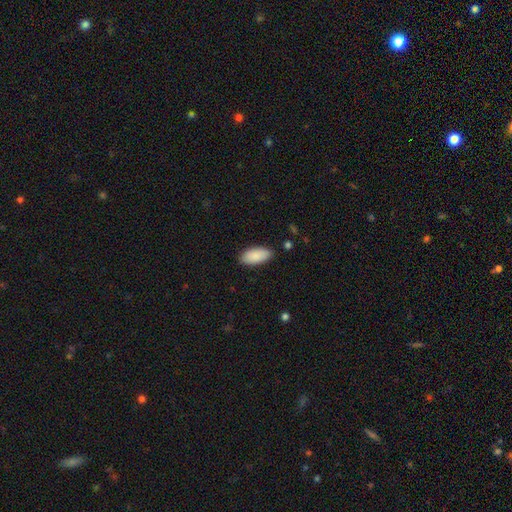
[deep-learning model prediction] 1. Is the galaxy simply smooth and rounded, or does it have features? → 89% smooth, 6% star or artifact, 5% featured or disk.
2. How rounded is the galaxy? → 92% in between, 6% cigar-shaped, 2% round.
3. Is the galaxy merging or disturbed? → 86% none, 11% minor disturbance, 2% major disturbance, 1% merger.